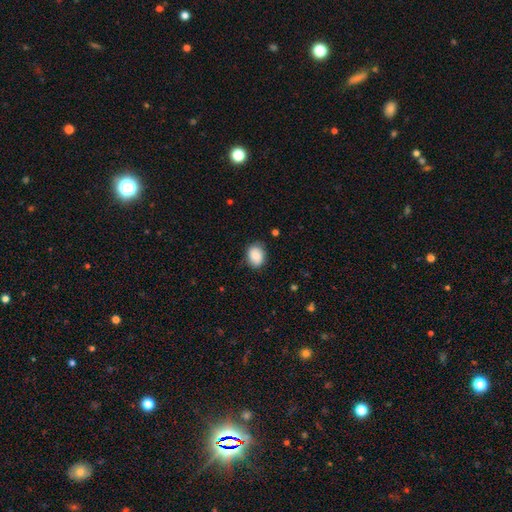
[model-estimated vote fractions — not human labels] A smooth galaxy with no disk features (87%) that is in between round and cigar-shaped (61%).

Vote fractions:
- Smooth or featured? smooth: 87% / star or artifact: 7% / featured or disk: 6%
- How rounded? in between: 61% / round: 38% / cigar-shaped: 1%
- Merging? none: 80% / minor disturbance: 16% / major disturbance: 3% / merger: 1%